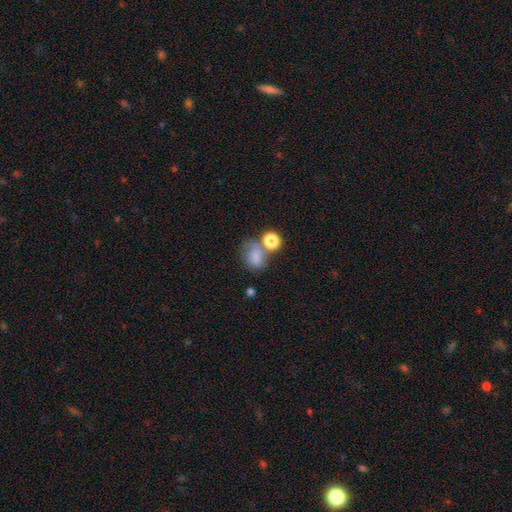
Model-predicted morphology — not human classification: smooth_or_featured: smooth (p=0.73) [alt: featured or disk p=0.14]
how_rounded: in between (p=0.56) [alt: round p=0.43]
merging: none (p=0.34) [alt: merger p=0.30]